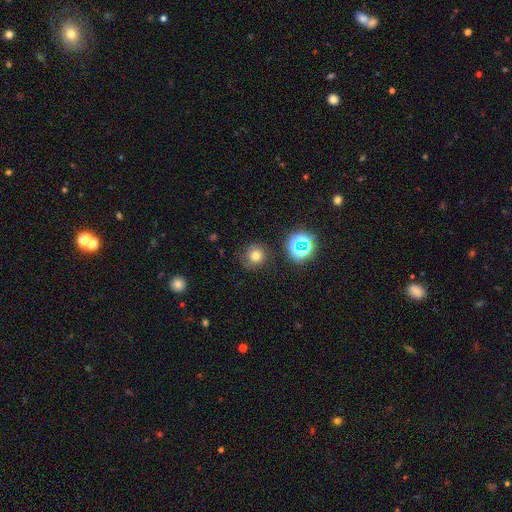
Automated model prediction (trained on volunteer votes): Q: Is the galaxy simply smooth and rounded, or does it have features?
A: smooth — 65%.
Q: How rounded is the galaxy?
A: round — 91%.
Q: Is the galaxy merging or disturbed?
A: none — 76%.